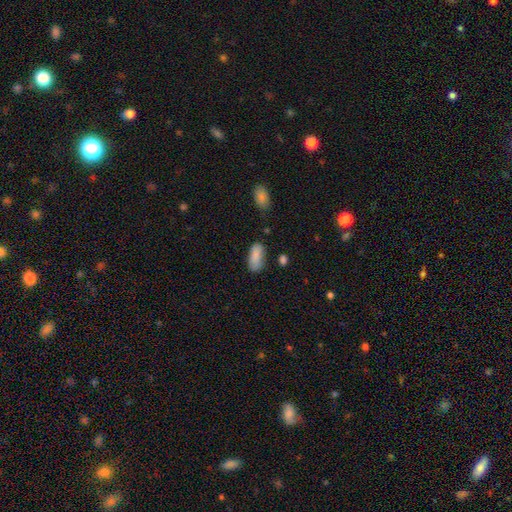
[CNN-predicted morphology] type=smooth (86%); roundness=in between (90%); merging=none (67%).